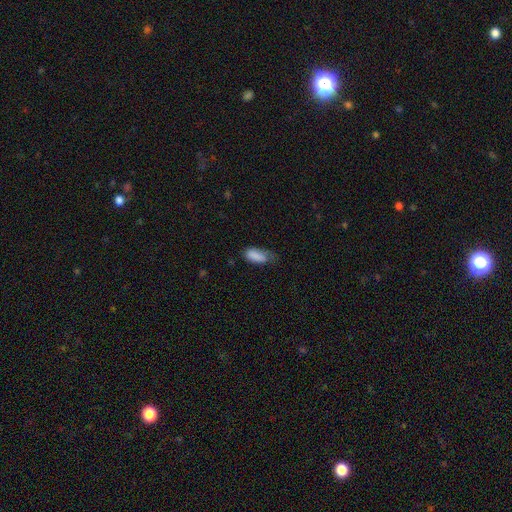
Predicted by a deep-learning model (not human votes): Morphology: type=smooth (86%); roundness=in between (85%); merging=minor disturbance (40%).